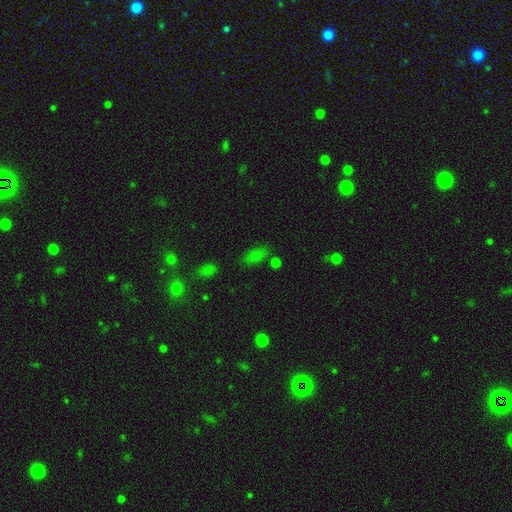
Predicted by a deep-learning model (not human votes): Smooth or featured?
  - smooth: 73% *
  - star or artifact: 20%
  - featured or disk: 7%
How rounded?
  - in between: 86% *
  - round: 8%
  - cigar-shaped: 6%
Merging?
  - none: 69% *
  - minor disturbance: 16%
  - merger: 9%
  - major disturbance: 6%